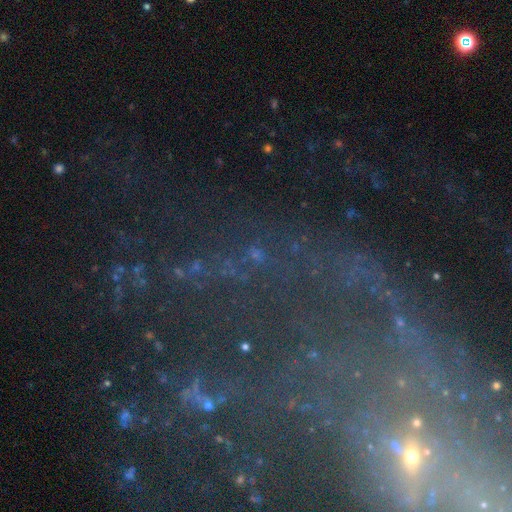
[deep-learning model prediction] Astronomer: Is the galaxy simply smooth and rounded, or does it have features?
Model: star or artifact — 67%.